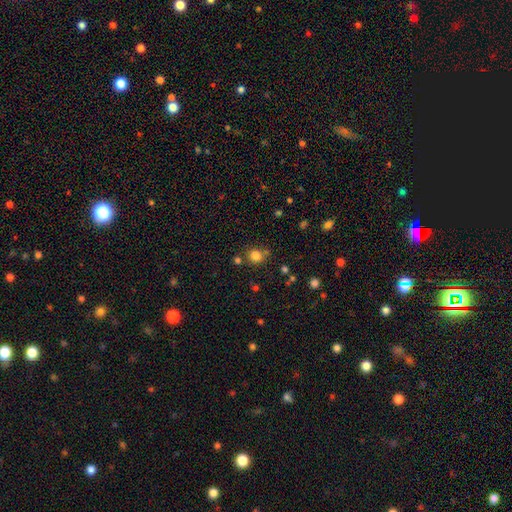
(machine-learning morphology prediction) smooth 81%, star or artifact 14%, featured or disk 5%. Down the decision tree: how rounded — round (82%); merging — none (73%).